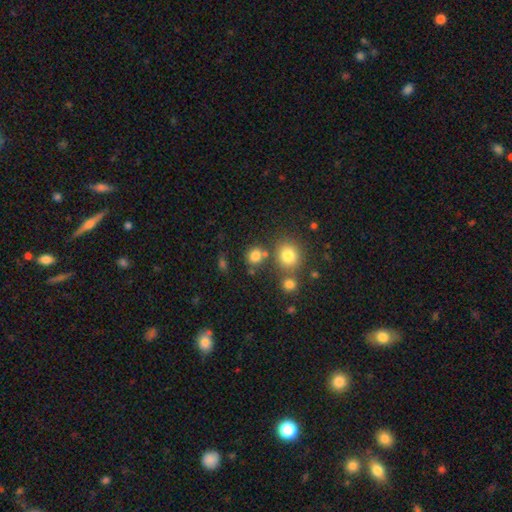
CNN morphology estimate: smooth-or-featured: smooth: 78% | star or artifact: 15% | featured or disk: 7%
  how-rounded: round: 76% | in between: 23% | cigar-shaped: 1%
  merging: none: 69% | merger: 16% | minor disturbance: 10% | major disturbance: 4%